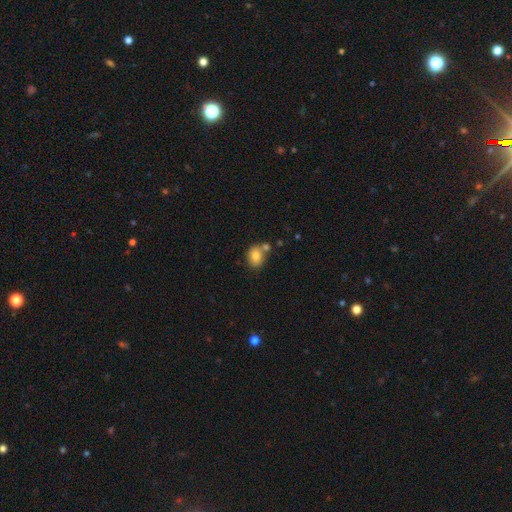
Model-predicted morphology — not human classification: smooth 80%, featured or disk 10%, star or artifact 10%. Down the decision tree: how rounded — in between (51%); merging — none (60%).